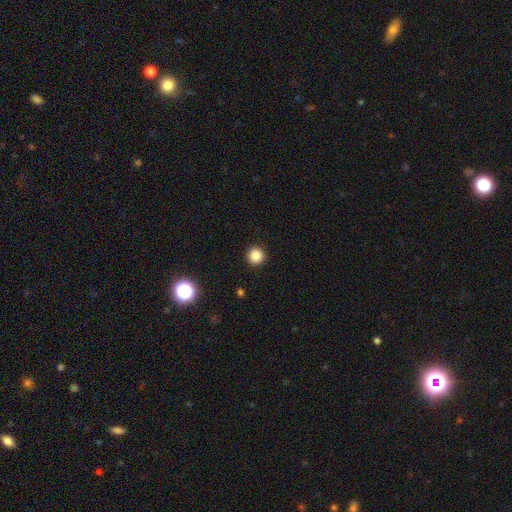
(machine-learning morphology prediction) smooth 85%, star or artifact 11%, featured or disk 3%. Down the decision tree: how rounded — round (96%); merging — none (93%).